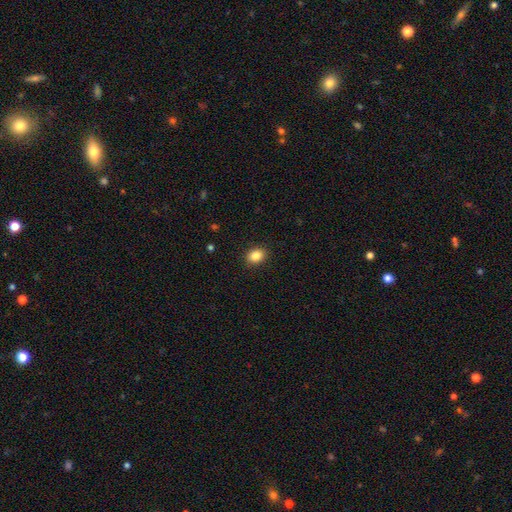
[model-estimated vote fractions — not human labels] Smooth or featured? Predicted: smooth (p=0.86). How rounded? Predicted: in between (p=0.62). Merging? Predicted: none (p=0.90).